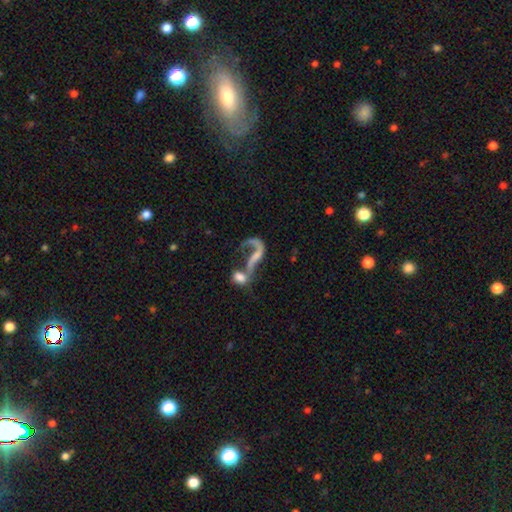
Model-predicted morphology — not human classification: Smooth or featured? Predicted: featured or disk (p=0.66). Edge-on disk? Predicted: no (p=0.92). Bar? Predicted: no (p=0.55). Spiral arms? Predicted: yes (p=0.69). Bulge size? Predicted: none (p=0.46). Merging? Predicted: merger (p=0.55).